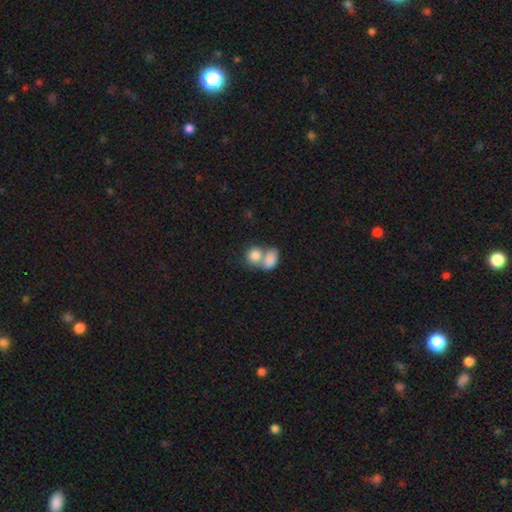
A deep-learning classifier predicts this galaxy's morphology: Smooth or featured? smooth (82%)
How rounded? in between (52%)
Merging? merger (66%)